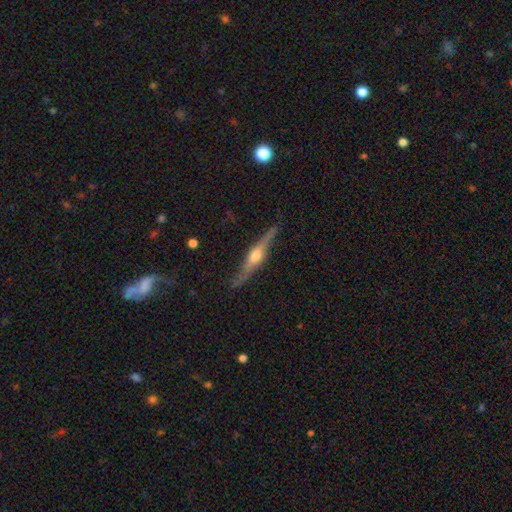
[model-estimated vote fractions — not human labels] smooth-or-featured: featured or disk: 79% | smooth: 15% | star or artifact: 5%
  disk-edge-on: yes: 97% | no: 3%
    edge-on-bulge: rounded: 92% | boxy: 4% | none: 3%
  merging: none: 83% | minor disturbance: 13% | major disturbance: 3% | merger: 1%